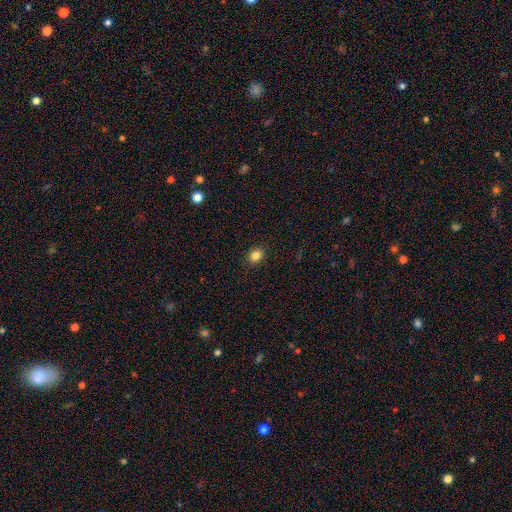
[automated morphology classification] Smooth or featured: smooth — 84% (star or artifact — 11%)
How rounded: round — 51% (in between — 48%)
Merging: none — 90% (minor disturbance — 7%)